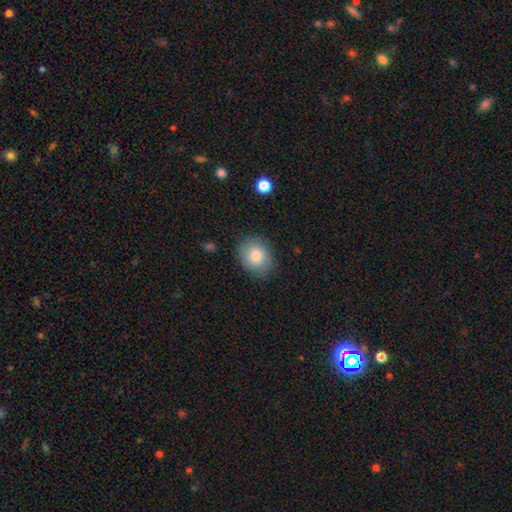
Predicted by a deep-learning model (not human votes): Q: Smooth or featured?
A: smooth (80%); runner-up: featured or disk (12%)
Q: How rounded?
A: round (55%); runner-up: in between (45%)
Q: Merging?
A: none (84%); runner-up: minor disturbance (12%)